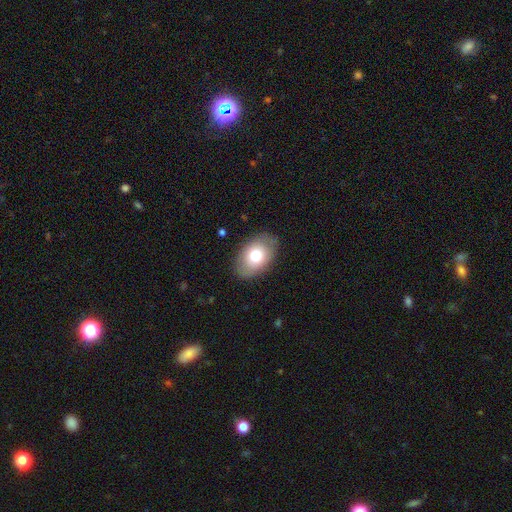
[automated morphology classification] smooth-or-featured: smooth: 74% | featured or disk: 18% | star or artifact: 8%
  how-rounded: in between: 87% | round: 12% | cigar-shaped: 1%
  merging: none: 84% | minor disturbance: 12% | major disturbance: 3% | merger: 1%